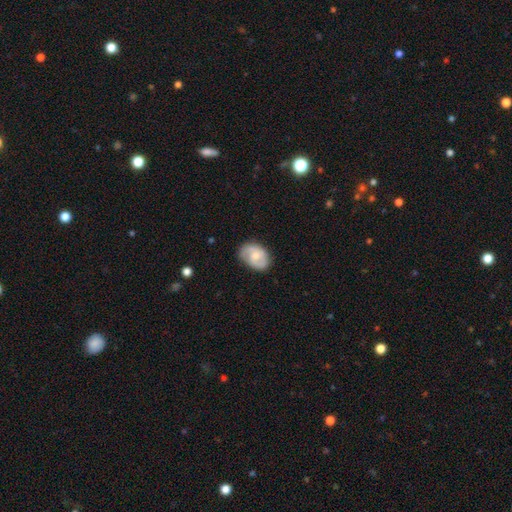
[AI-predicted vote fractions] This is possibly a featured or disk galaxy (58%). It is clearly not viewed edge-on (97%). Bar: possibly no (54%). Spiral arm pattern: clearly yes (86%). Central bulge: possibly moderate (46%). Merging: likely none (72%).